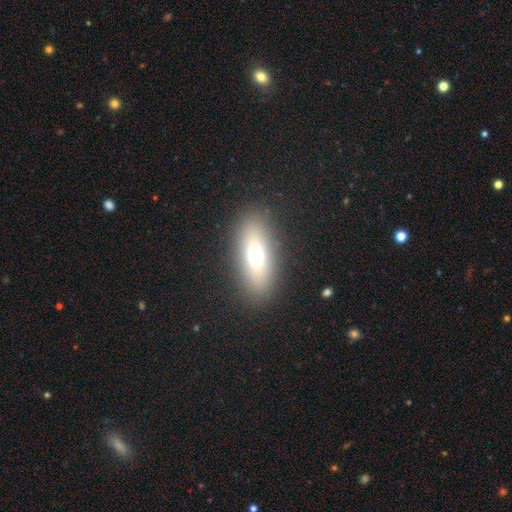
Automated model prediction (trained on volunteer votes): A smooth galaxy with no disk features (65%) that is in between round and cigar-shaped (76%). Merging: none (86%).